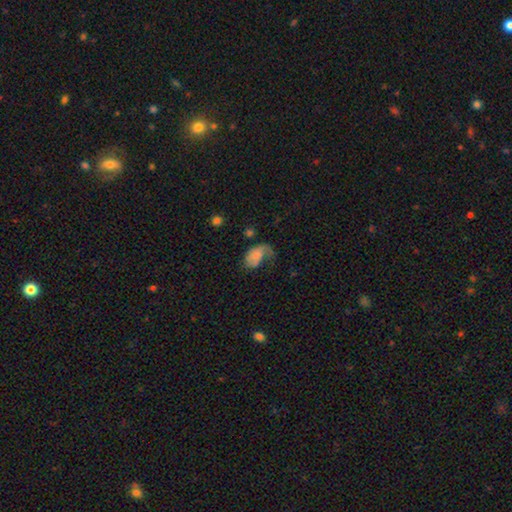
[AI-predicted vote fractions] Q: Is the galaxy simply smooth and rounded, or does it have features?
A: smooth — 60%.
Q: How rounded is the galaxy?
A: in between — 90%.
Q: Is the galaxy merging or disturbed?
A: major disturbance — 43%.